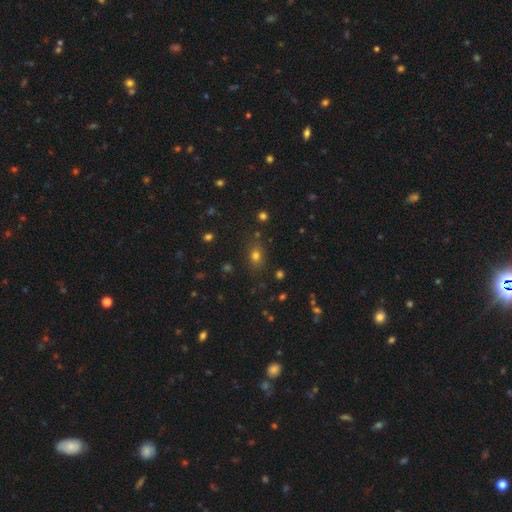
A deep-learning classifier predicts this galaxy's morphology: type=smooth (71%); roundness=in between (55%); merging=none (81%).